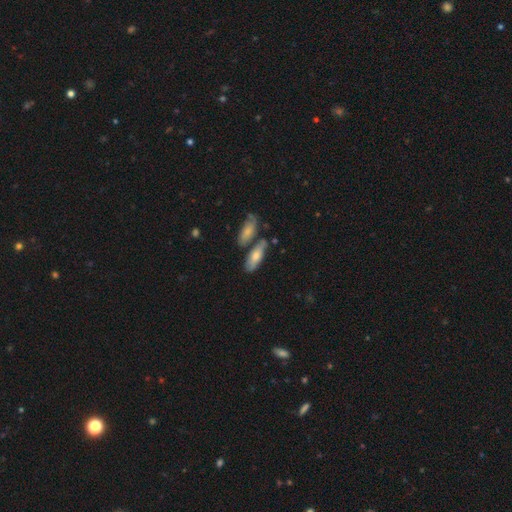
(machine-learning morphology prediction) The model was most divided on "smooth or featured": smooth: 61%, featured or disk: 32%, star or artifact: 7%. More confident: how rounded — in between (66%); merging — none (56%).